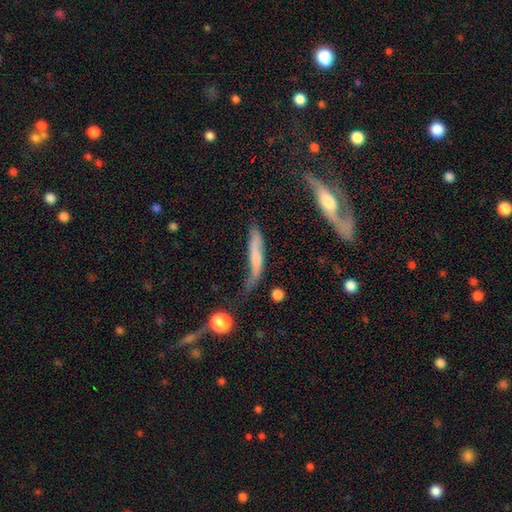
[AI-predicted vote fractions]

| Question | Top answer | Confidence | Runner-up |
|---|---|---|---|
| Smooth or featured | featured or disk | 54% | smooth (39%) |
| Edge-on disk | yes | 57% | no (43%) |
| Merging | none | 35% | minor disturbance (29%) |